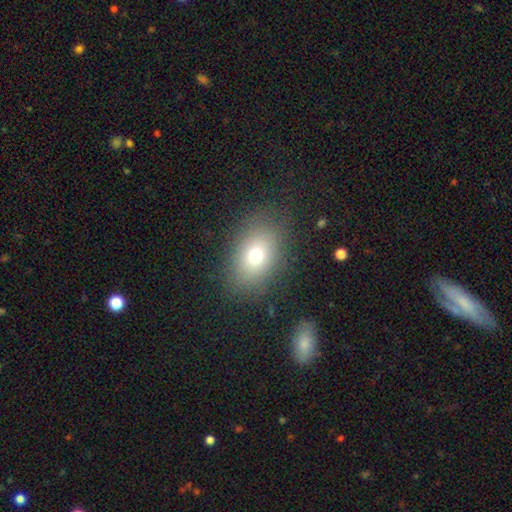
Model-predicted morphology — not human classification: Smooth or featured?
  - smooth: 73% *
  - featured or disk: 14%
  - star or artifact: 13%
How rounded?
  - in between: 78% *
  - round: 20%
  - cigar-shaped: 1%
Merging?
  - none: 83% *
  - minor disturbance: 10%
  - major disturbance: 5%
  - merger: 1%